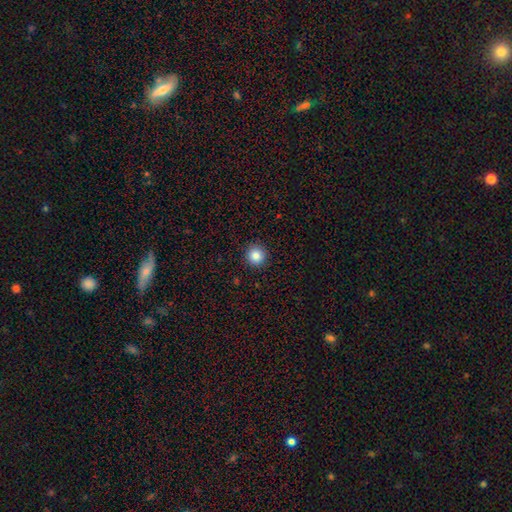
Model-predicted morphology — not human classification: The model was most divided on "smooth or featured": smooth: 85%, star or artifact: 10%, featured or disk: 5%. More confident: how rounded — round (95%); merging — none (92%).